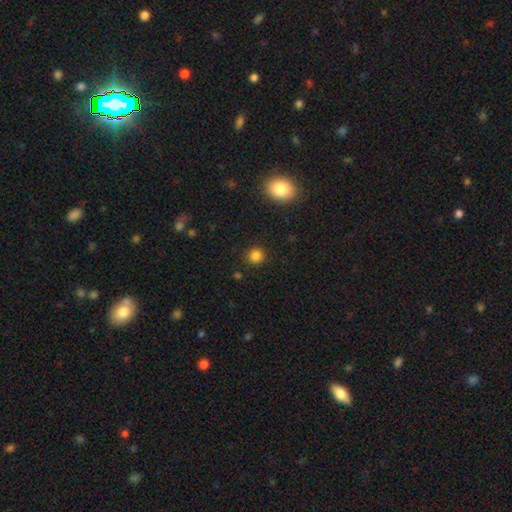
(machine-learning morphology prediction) Smooth or featured?
  - smooth: 83% *
  - star or artifact: 13%
  - featured or disk: 4%
How rounded?
  - round: 90% *
  - in between: 9%
  - cigar-shaped: 1%
Merging?
  - none: 90% *
  - minor disturbance: 6%
  - major disturbance: 2%
  - merger: 2%